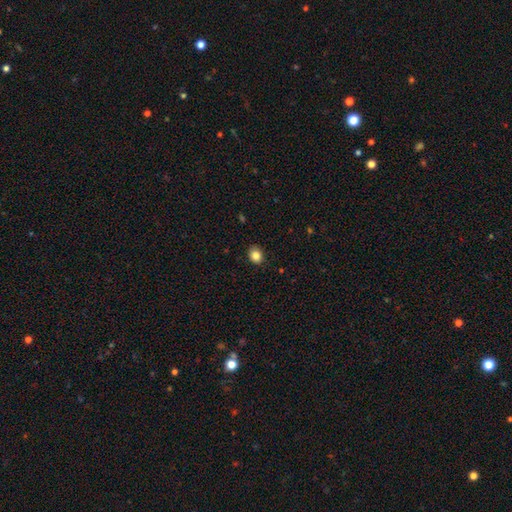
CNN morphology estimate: Smooth or featured: smooth — 86% (star or artifact — 10%)
How rounded: round — 50% (in between — 49%)
Merging: none — 87% (minor disturbance — 10%)